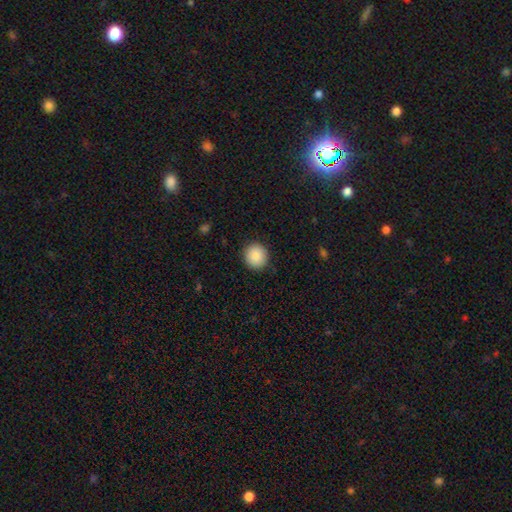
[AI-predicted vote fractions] Smooth or featured? smooth (89%)
How rounded? round (92%)
Merging? none (91%)